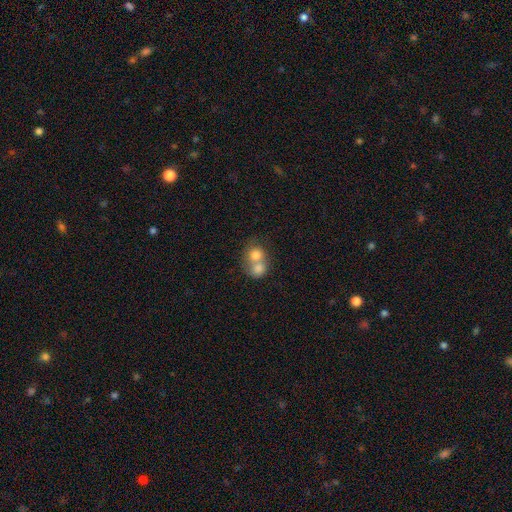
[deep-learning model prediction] smooth 75%, featured or disk 17%, star or artifact 8%. Down the decision tree: how rounded — round (71%); merging — merger (72%).